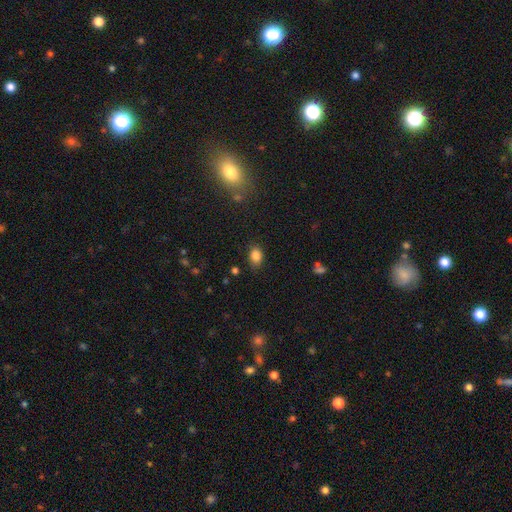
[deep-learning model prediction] Smooth or featured? smooth (85%)
How rounded? in between (74%)
Merging? none (77%)